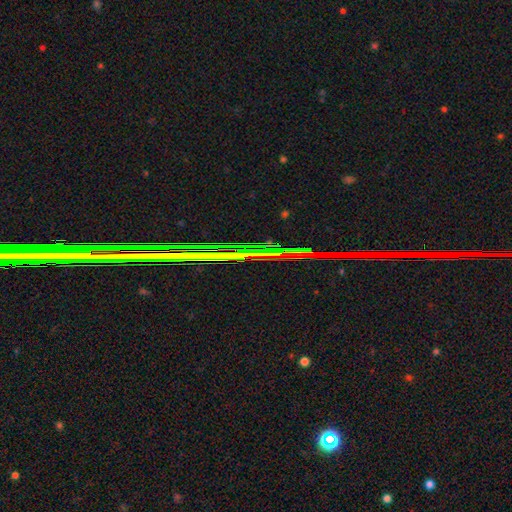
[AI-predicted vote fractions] Smooth or featured?
  - star or artifact: 82% *
  - featured or disk: 10%
  - smooth: 8%